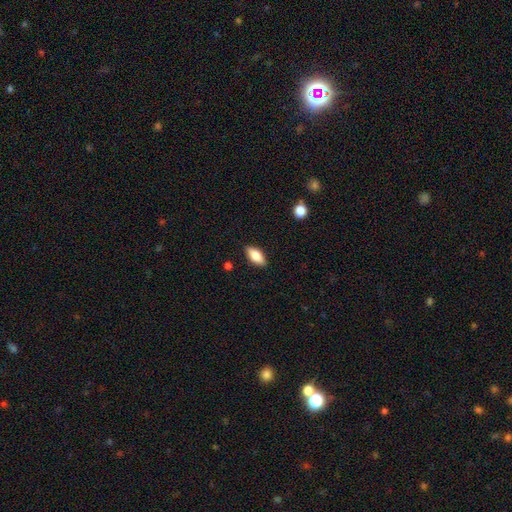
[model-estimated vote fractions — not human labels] smooth-or-featured: smooth: 79% | featured or disk: 14% | star or artifact: 7%
  how-rounded: in between: 86% | cigar-shaped: 11% | round: 3%
  merging: none: 87% | minor disturbance: 10% | major disturbance: 2% | merger: 1%